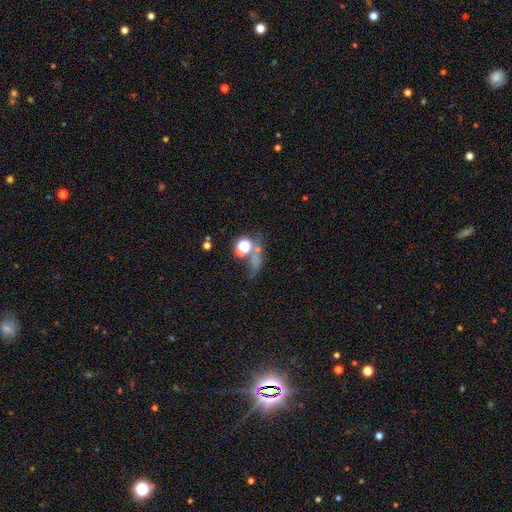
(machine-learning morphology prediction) star or artifact 42%, smooth 41%, featured or disk 16%.